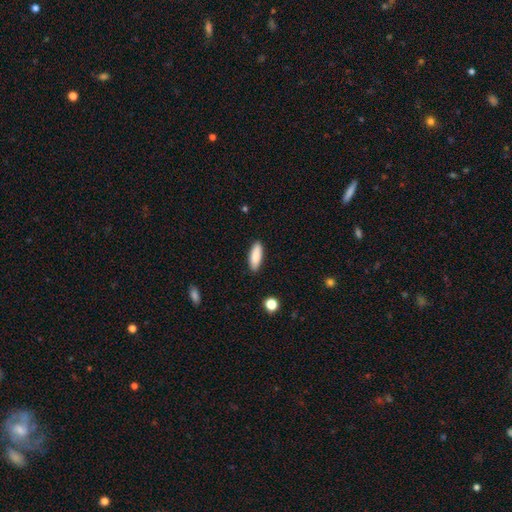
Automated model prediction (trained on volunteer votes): smooth 88%, featured or disk 6%, star or artifact 6%. Down the decision tree: how rounded — in between (61%); merging — none (88%).